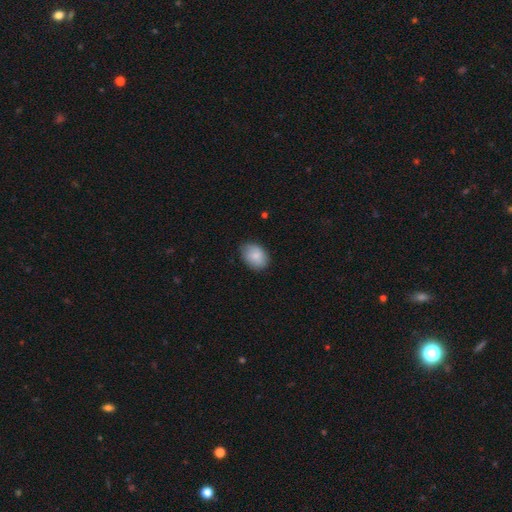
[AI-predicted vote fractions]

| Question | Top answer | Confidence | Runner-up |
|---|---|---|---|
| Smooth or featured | smooth | 83% | featured or disk (11%) |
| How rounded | in between | 75% | round (24%) |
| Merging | none | 77% | minor disturbance (18%) |